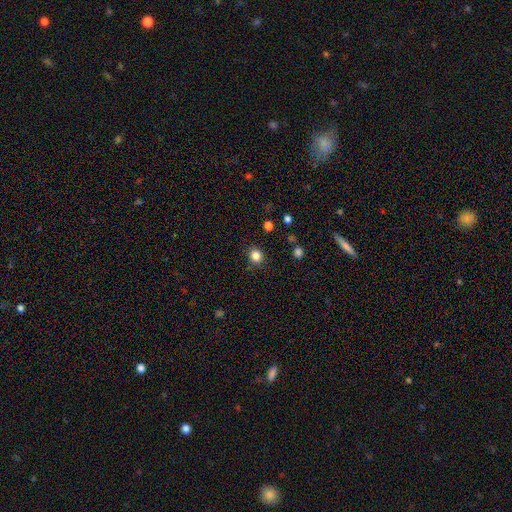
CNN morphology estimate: smooth 83%, star or artifact 12%, featured or disk 5%. Down the decision tree: how rounded — round (79%); merging — none (88%).